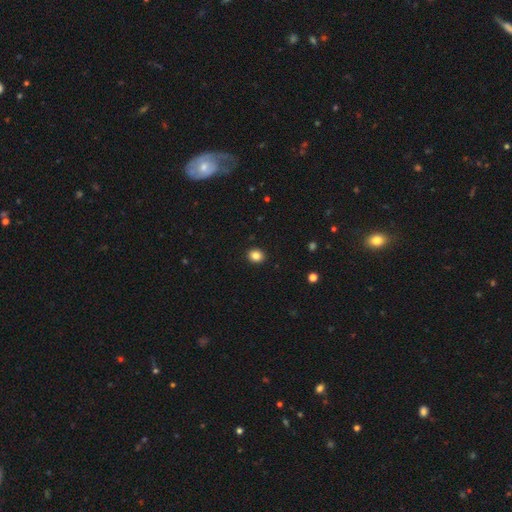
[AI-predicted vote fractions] smooth_or_featured: smooth (p=0.85) [alt: star or artifact p=0.10]
how_rounded: round (p=0.64) [alt: in between p=0.35]
merging: none (p=0.92) [alt: minor disturbance p=0.06]